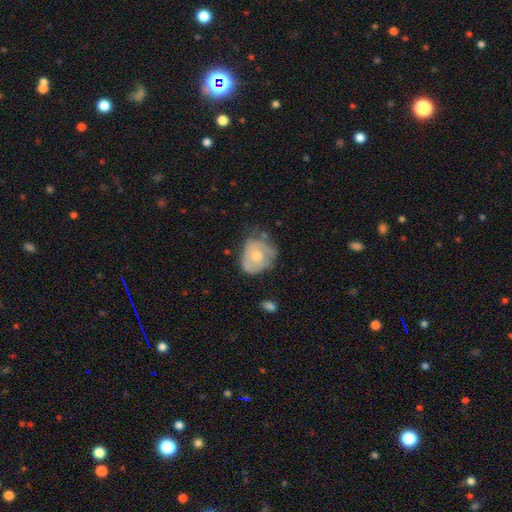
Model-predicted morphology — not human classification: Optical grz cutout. It shows a smooth galaxy with no disk features (49%). Merging: none (41%).